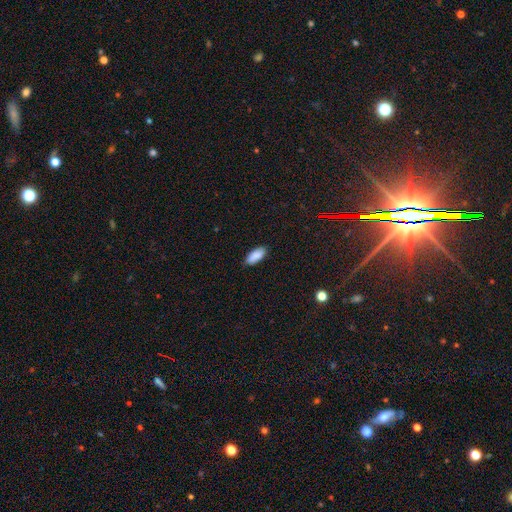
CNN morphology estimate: Smooth or featured: smooth — 89% (star or artifact — 7%)
How rounded: in between — 86% (cigar-shaped — 12%)
Merging: none — 85% (minor disturbance — 12%)